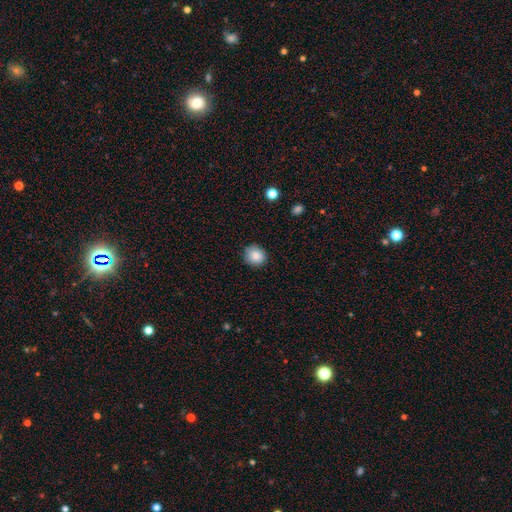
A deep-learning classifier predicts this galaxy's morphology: smooth-or-featured: smooth: 86% | star or artifact: 9% | featured or disk: 5%
  how-rounded: round: 86% | in between: 13% | cigar-shaped: 1%
  merging: none: 85% | minor disturbance: 12% | major disturbance: 2% | merger: 1%